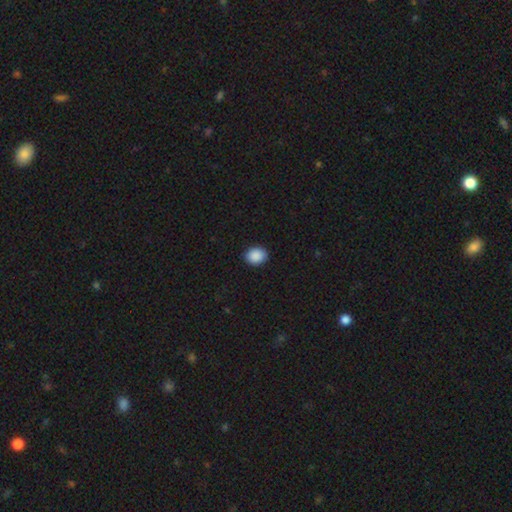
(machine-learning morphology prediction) Smooth or featured?
  - smooth: 90% *
  - star or artifact: 8%
  - featured or disk: 2%
How rounded?
  - round: 54% *
  - in between: 45%
  - cigar-shaped: 1%
Merging?
  - none: 89% *
  - minor disturbance: 8%
  - major disturbance: 2%
  - merger: 1%